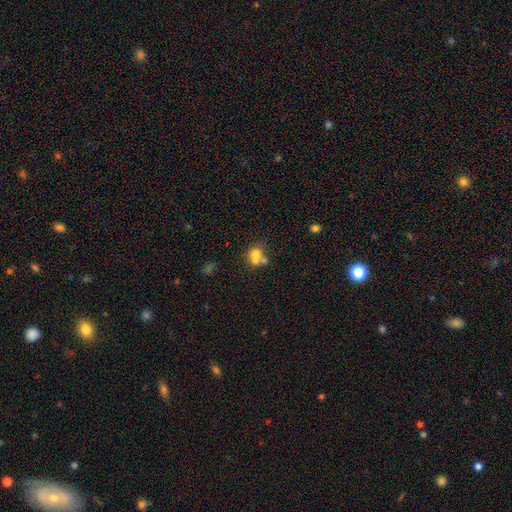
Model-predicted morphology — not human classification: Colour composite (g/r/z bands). It shows a smooth galaxy with no disk features (67%) that is round (63%). Merging: merger (54%).